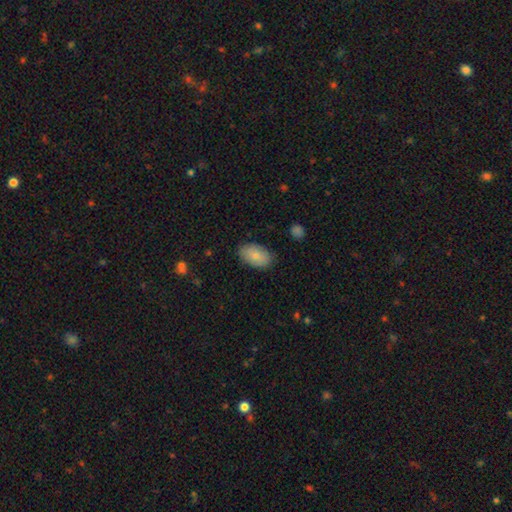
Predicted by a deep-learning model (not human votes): Smooth or featured?
  - smooth: 79% *
  - featured or disk: 14%
  - star or artifact: 7%
How rounded?
  - in between: 92% *
  - round: 6%
  - cigar-shaped: 1%
Merging?
  - none: 84% *
  - minor disturbance: 13%
  - major disturbance: 3%
  - merger: 1%